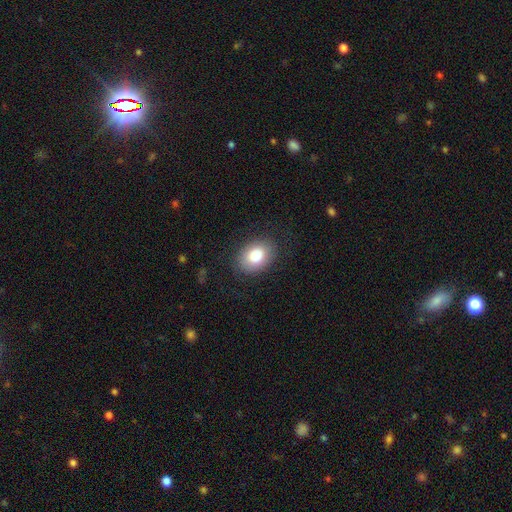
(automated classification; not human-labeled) Q: Smooth or featured?
A: smooth (84%); runner-up: featured or disk (9%)
Q: How rounded?
A: in between (76%); runner-up: round (23%)
Q: Merging?
A: none (83%); runner-up: minor disturbance (12%)